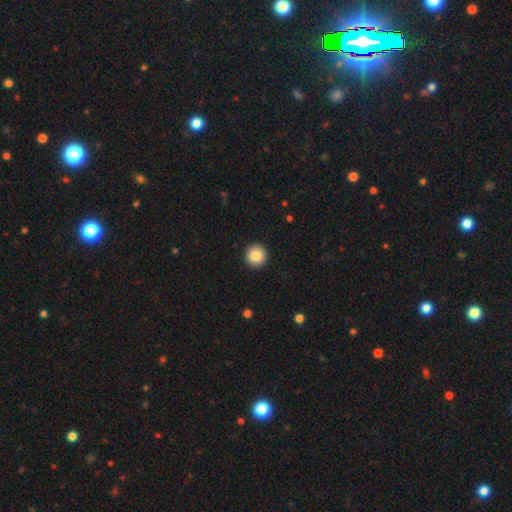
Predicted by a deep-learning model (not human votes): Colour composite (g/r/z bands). It shows a smooth galaxy with no disk features (86%) that is round (96%). Merging: none (93%).